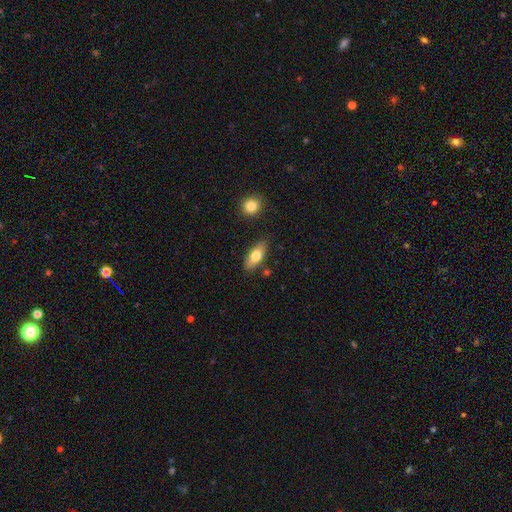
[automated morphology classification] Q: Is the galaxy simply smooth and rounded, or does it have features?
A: smooth — 72%.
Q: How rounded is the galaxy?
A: in between — 80%.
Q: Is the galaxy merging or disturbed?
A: none — 82%.